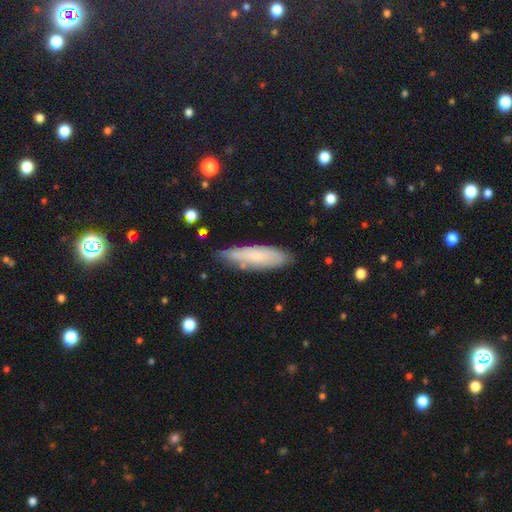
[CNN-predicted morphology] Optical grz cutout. It shows a smooth galaxy with no disk features (67%) that is cigar-shaped (59%). Merging: none (73%).